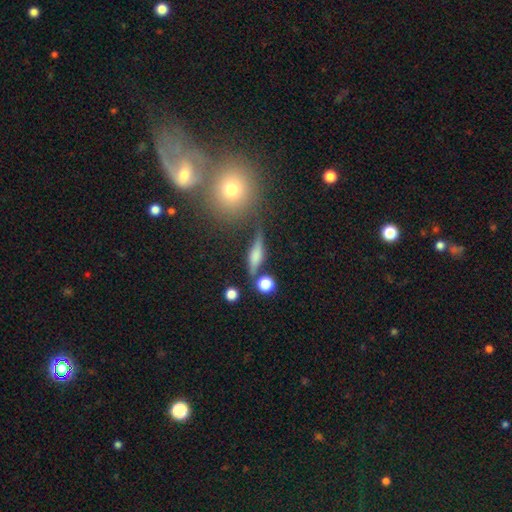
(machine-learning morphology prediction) A featured or disk galaxy (46%).

Vote fractions:
- Smooth or featured? featured or disk: 46% / smooth: 44% / star or artifact: 10%
- Merging? none: 62% / minor disturbance: 20% / merger: 9% / major disturbance: 9%